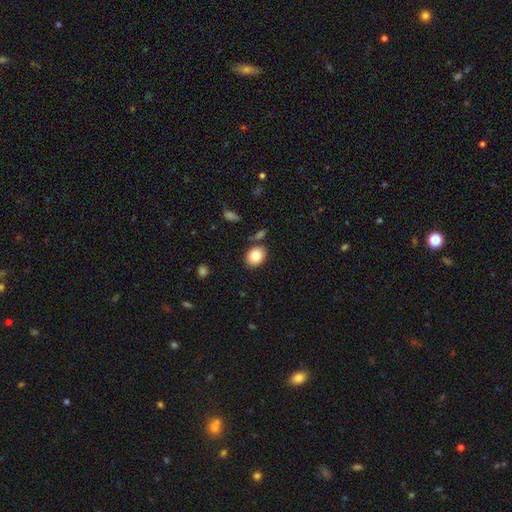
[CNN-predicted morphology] A smooth galaxy with no disk features (82%) that is in between round and cigar-shaped (52%). Merging: none (83%).